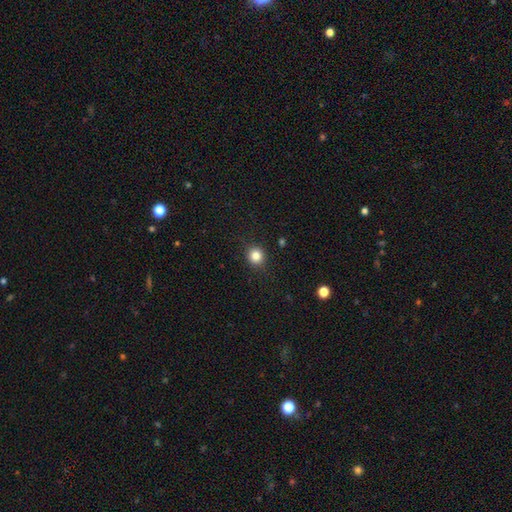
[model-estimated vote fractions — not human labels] Overall: smooth (84%). How rounded: round (90%). Merging: none (89%).